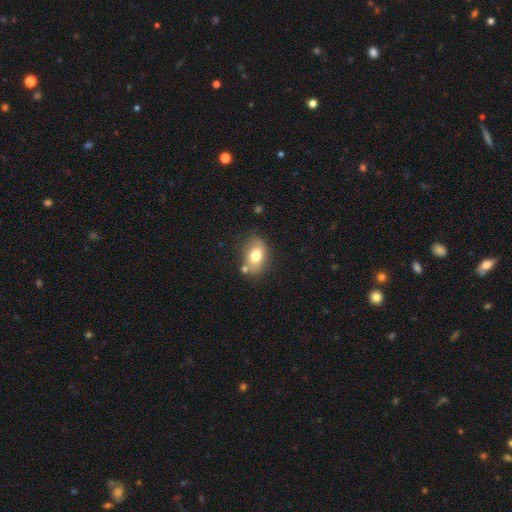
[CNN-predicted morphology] smooth 74%, featured or disk 17%, star or artifact 9%. Down the decision tree: how rounded — in between (78%); merging — none (68%).